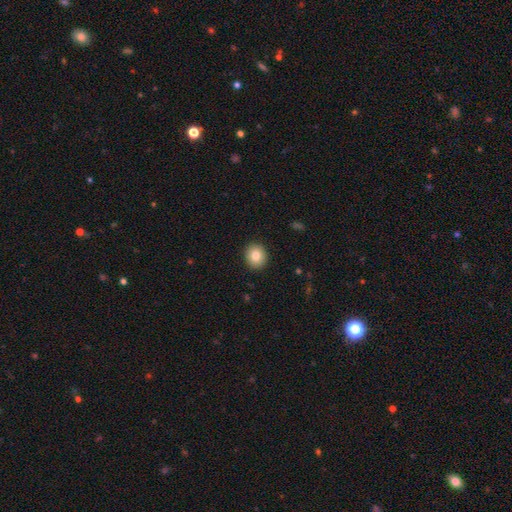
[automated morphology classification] Smooth or featured? Predicted: smooth (p=0.82). How rounded? Predicted: round (p=0.78). Merging? Predicted: none (p=0.92).